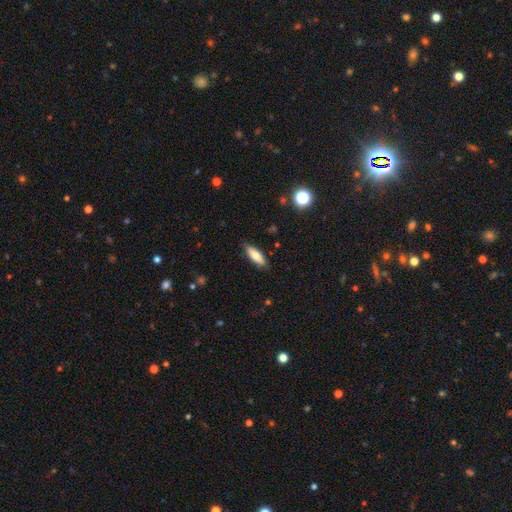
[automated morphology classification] This appears to be a smooth galaxy with no disk features (75%) that is in between round and cigar-shaped (56%). Merging: none (85%).